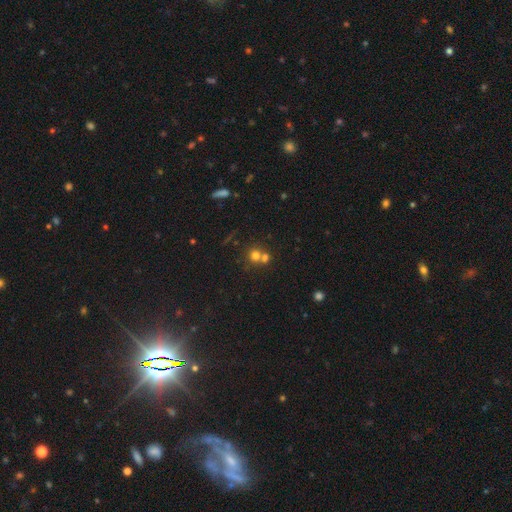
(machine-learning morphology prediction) This is likely a smooth galaxy (69%). How rounded: clearly round (86%). Merging: possibly merger (45%, tied with none).